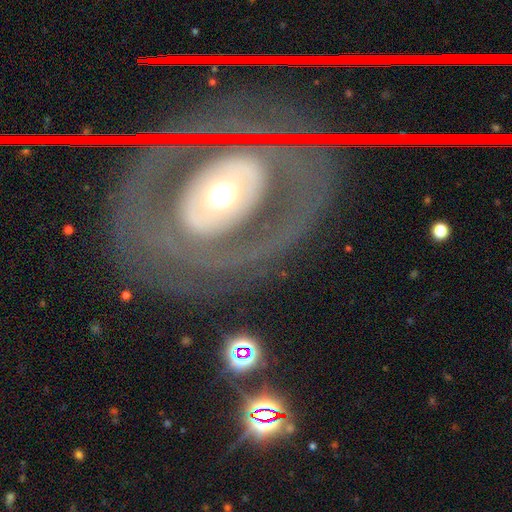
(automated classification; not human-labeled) Smooth or featured? Predicted: featured or disk (p=0.70). Edge-on disk? Predicted: no (p=0.94). Bar? Predicted: no (p=0.75). Spiral arms? Predicted: no (p=0.60). Bulge size? Predicted: moderate (p=0.62). Merging? Predicted: none (p=0.75).